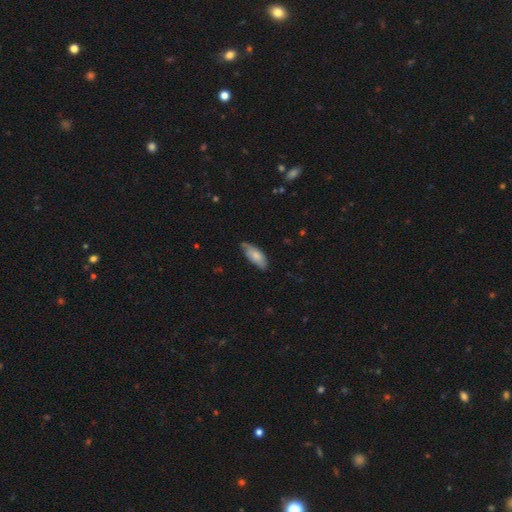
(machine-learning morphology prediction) A smooth galaxy with no disk features (73%) that is in between round and cigar-shaped (80%). Merging: none (64%).